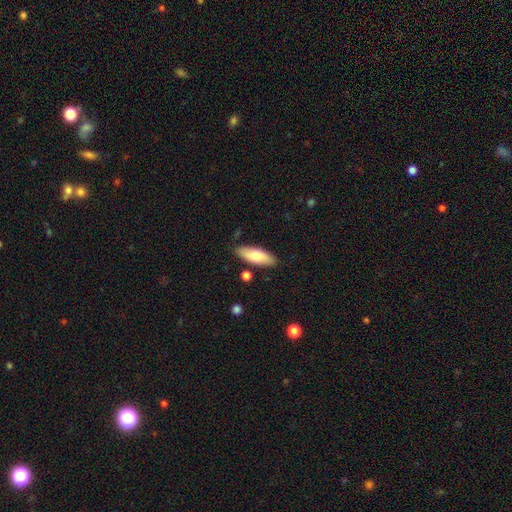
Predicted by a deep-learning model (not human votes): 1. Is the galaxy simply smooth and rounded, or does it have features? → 74% smooth, 20% featured or disk, 6% star or artifact.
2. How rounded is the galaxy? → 71% in between, 27% cigar-shaped, 2% round.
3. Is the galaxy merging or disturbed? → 84% none, 11% minor disturbance, 3% merger, 2% major disturbance.